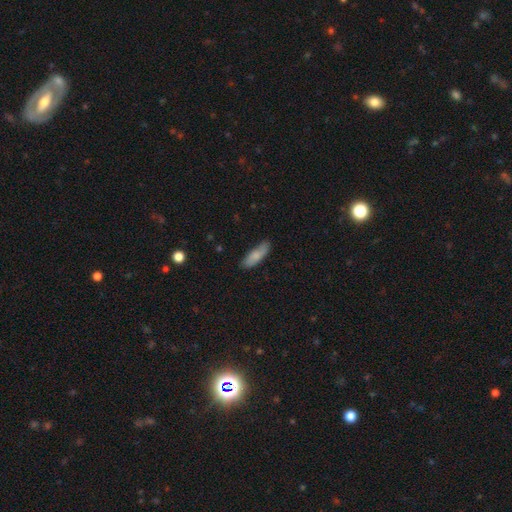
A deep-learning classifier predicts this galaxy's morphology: type=smooth (79%); roundness=in between (51%); merging=none (71%).